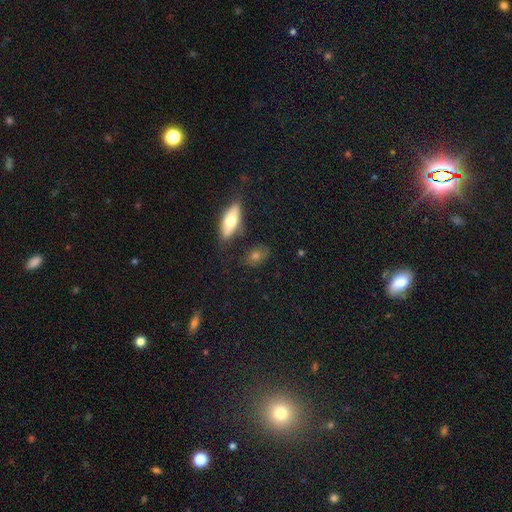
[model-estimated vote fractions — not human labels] This appears to be a smooth galaxy with no disk features (68%) that is in between round and cigar-shaped (71%). Merging: none (73%).